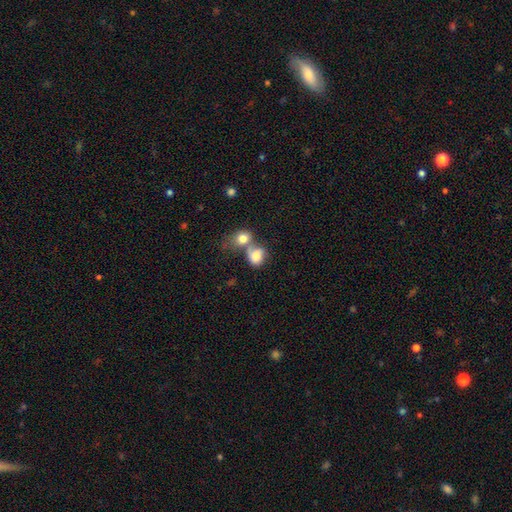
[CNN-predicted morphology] This is likely a smooth galaxy (77%). How rounded: possibly round (51%). Merging: likely merger (61%).